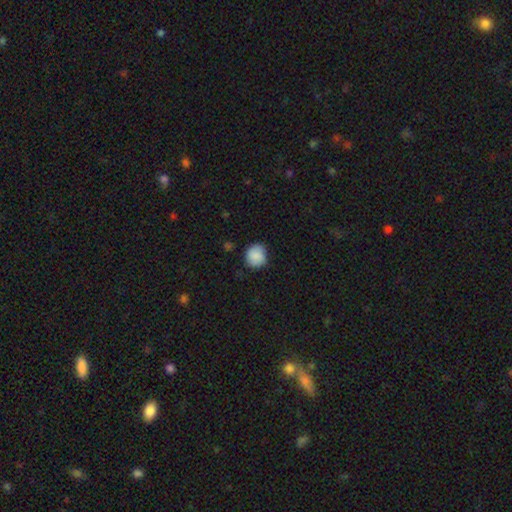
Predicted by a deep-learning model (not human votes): Smooth or featured?
  - smooth: 86% *
  - star or artifact: 8%
  - featured or disk: 6%
How rounded?
  - round: 85% *
  - in between: 14%
  - cigar-shaped: 1%
Merging?
  - none: 77% *
  - minor disturbance: 18%
  - major disturbance: 3%
  - merger: 1%